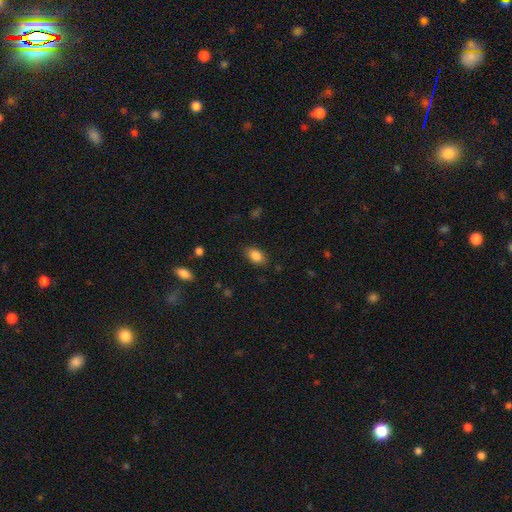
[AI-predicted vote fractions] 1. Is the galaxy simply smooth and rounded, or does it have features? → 85% smooth, 8% star or artifact, 6% featured or disk.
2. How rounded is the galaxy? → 89% in between, 9% round, 2% cigar-shaped.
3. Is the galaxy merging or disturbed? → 84% none, 12% minor disturbance, 3% major disturbance, 1% merger.